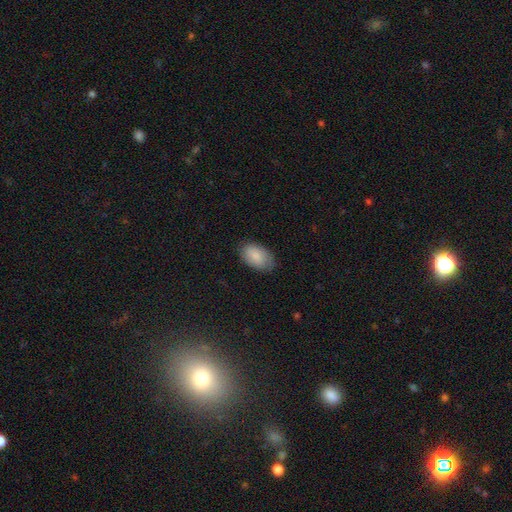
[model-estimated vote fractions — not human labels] smooth_or_featured: smooth (p=0.85) [alt: featured or disk p=0.09]
how_rounded: in between (p=0.94) [alt: round p=0.05]
merging: none (p=0.78) [alt: minor disturbance p=0.18]